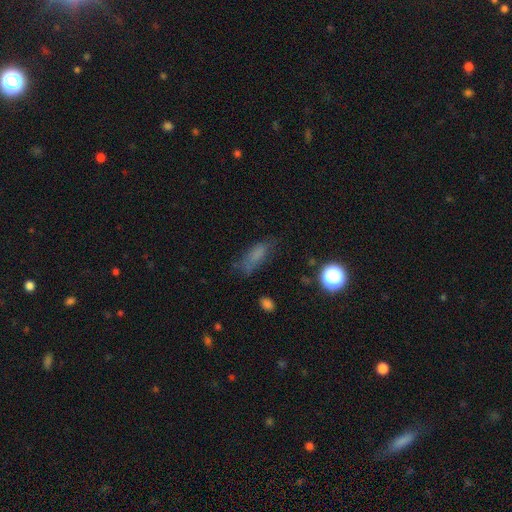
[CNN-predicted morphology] Q: Smooth or featured?
A: smooth (65%); runner-up: featured or disk (18%)
Q: How rounded?
A: in between (62%); runner-up: cigar-shaped (32%)
Q: Merging?
A: none (57%); runner-up: minor disturbance (26%)